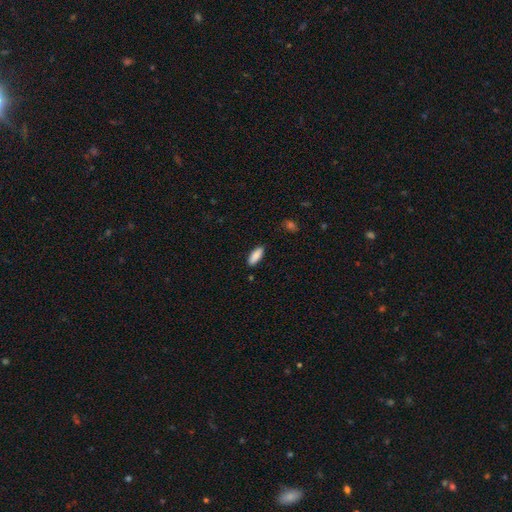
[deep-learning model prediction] Smooth or featured: smooth — 89% (star or artifact — 6%)
How rounded: in between — 70% (cigar-shaped — 28%)
Merging: none — 87% (minor disturbance — 10%)